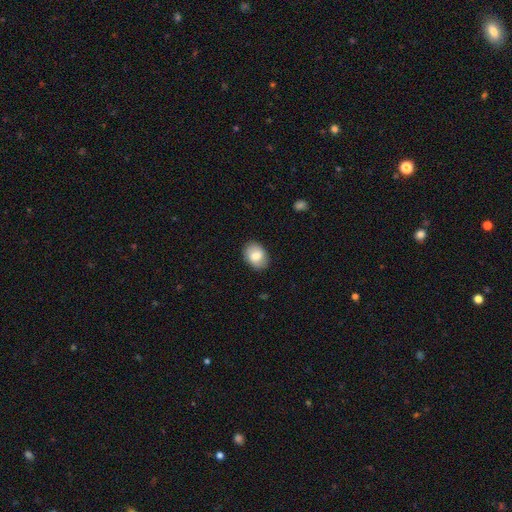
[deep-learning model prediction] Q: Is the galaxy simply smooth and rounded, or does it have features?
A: smooth — 77%.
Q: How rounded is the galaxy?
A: in between — 71%.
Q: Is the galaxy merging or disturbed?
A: none — 85%.